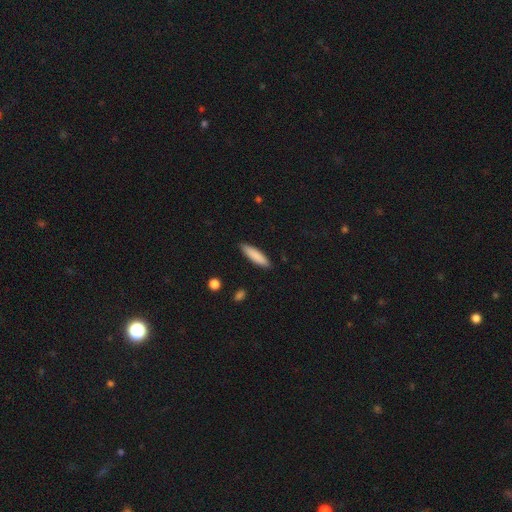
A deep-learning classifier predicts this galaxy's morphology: Smooth or featured? smooth (85%)
How rounded? cigar-shaped (74%)
Merging? none (89%)